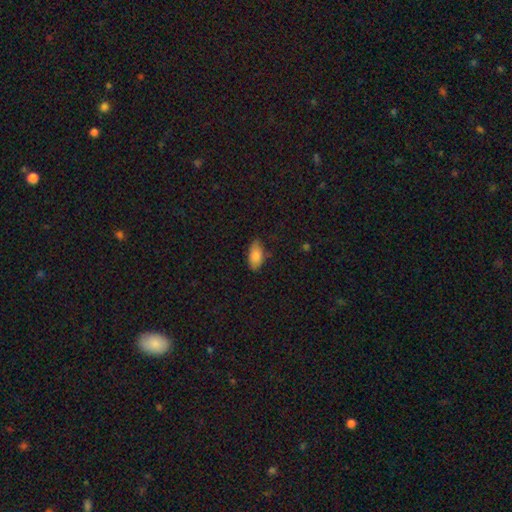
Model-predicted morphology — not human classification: Q: Smooth or featured?
A: smooth (84%); runner-up: featured or disk (9%)
Q: How rounded?
A: in between (91%); runner-up: cigar-shaped (7%)
Q: Merging?
A: none (73%); runner-up: minor disturbance (22%)